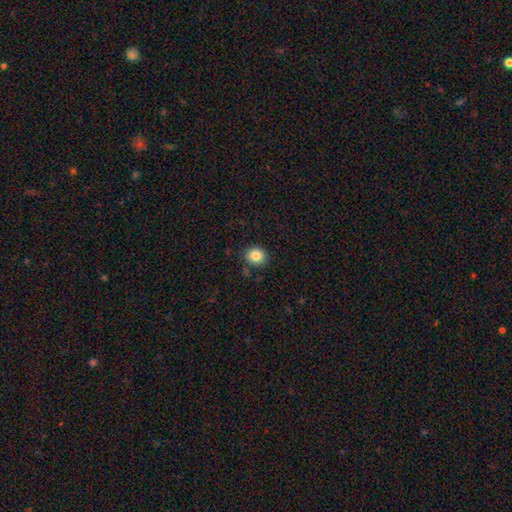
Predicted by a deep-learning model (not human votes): The model was most divided on "how rounded": round: 68%, in between: 31%, cigar-shaped: 1%. More confident: merging — none (85%); smooth or featured — smooth (85%).